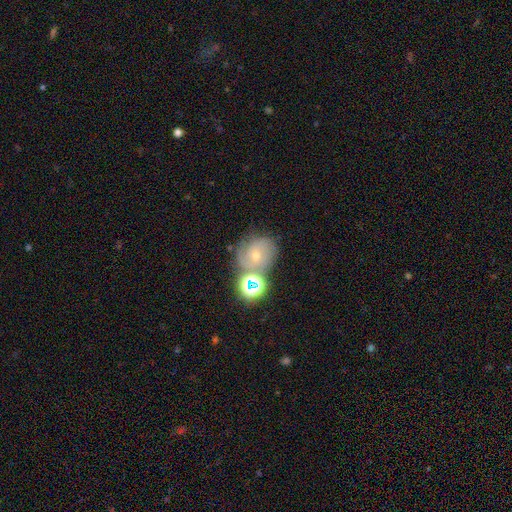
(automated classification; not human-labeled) smooth-or-featured: featured or disk: 59% | smooth: 22% | star or artifact: 19%
  disk-edge-on: no: 97% | yes: 3%
    bar: no: 66% | weak: 26% | strong: 7%
    has-spiral-arms: yes: 90% | no: 10%
      spiral-winding: tight: 52% | medium: 38% | loose: 10%
      spiral-arm-count: 2: 36% | 3: 27% | can't tell: 24% | 1: 5% | 4: 5% | more than 4: 3%
    bulge-size: small: 56% | moderate: 39% | large: 2% | none: 2% | dominant: 1%
  merging: none: 53% | merger: 21% | minor disturbance: 17% | major disturbance: 8%